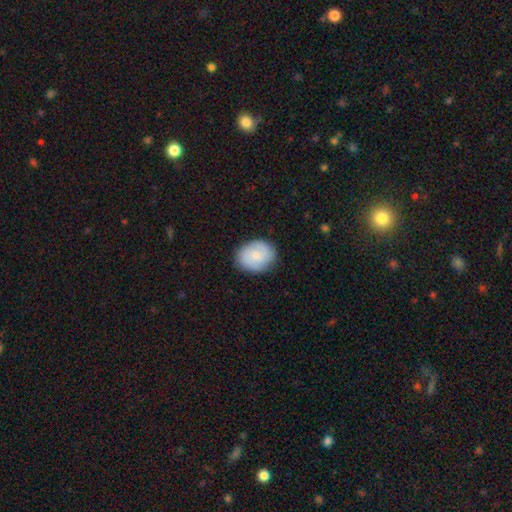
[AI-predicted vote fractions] This is likely a smooth galaxy (65%). How rounded: possibly in between (51%). Merging: clearly none (83%).